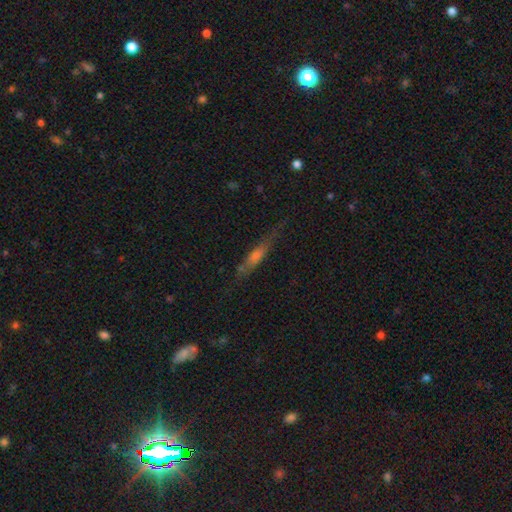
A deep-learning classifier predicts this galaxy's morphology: type=featured or disk (45%, tied with smooth); merging=none (69%).